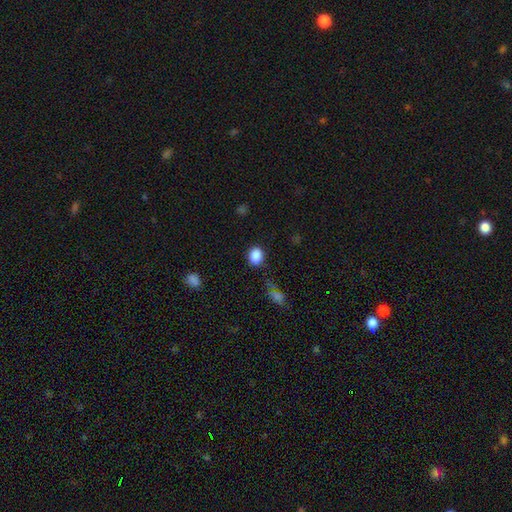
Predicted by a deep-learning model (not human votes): smooth-or-featured: smooth: 87% | star or artifact: 9% | featured or disk: 4%
  how-rounded: in between: 58% | round: 41% | cigar-shaped: 1%
  merging: none: 80% | minor disturbance: 14% | major disturbance: 4% | merger: 2%